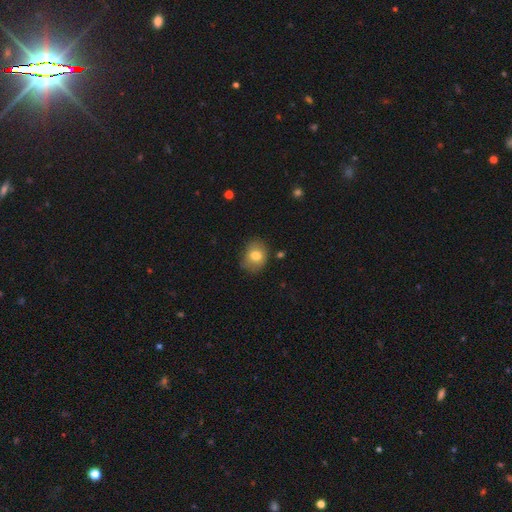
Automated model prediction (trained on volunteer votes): This is likely a smooth galaxy (76%). How rounded: possibly round (52%). Merging: likely none (73%).